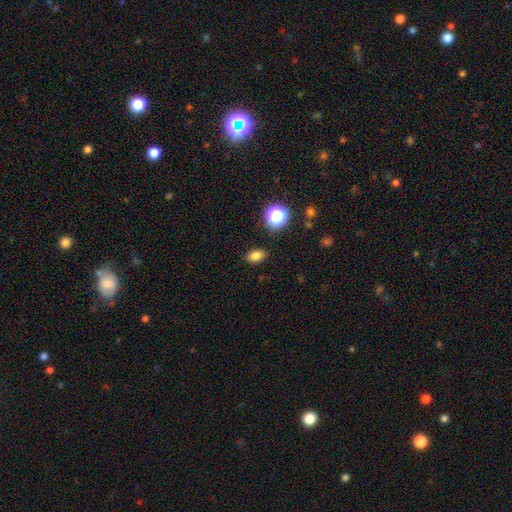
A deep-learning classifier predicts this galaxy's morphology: This is clearly a smooth galaxy (81%). How rounded: clearly in between (80%). Merging: clearly none (87%).